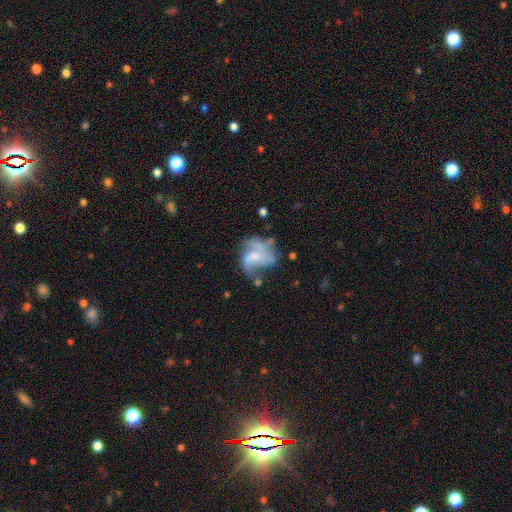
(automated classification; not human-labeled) Q: Smooth or featured?
A: featured or disk (69%); runner-up: smooth (22%)
Q: Edge-on disk?
A: no (98%); runner-up: yes (2%)
Q: Bar?
A: no (61%); runner-up: weak (33%)
Q: Spiral arms?
A: yes (79%); runner-up: no (21%)
Q: Spiral winding?
A: loose (48%); runner-up: medium (39%)
Q: Spiral arm count?
A: 3 (32%); runner-up: 2 (30%)
Q: Bulge size?
A: small (36%); runner-up: moderate (31%)
Q: Merging?
A: none (37%); runner-up: major disturbance (34%)